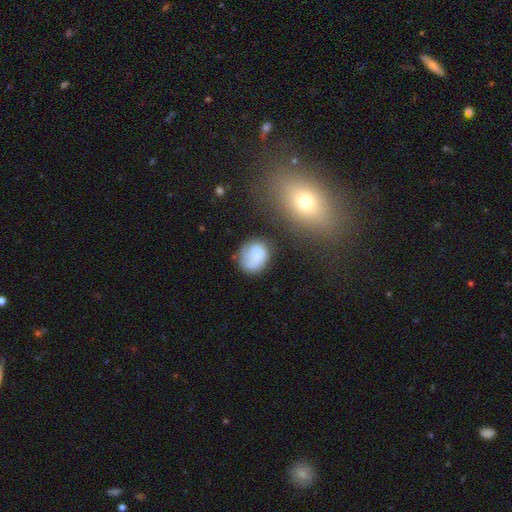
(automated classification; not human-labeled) Smooth or featured? smooth (69%)
How rounded? round (58%)
Merging? none (58%)